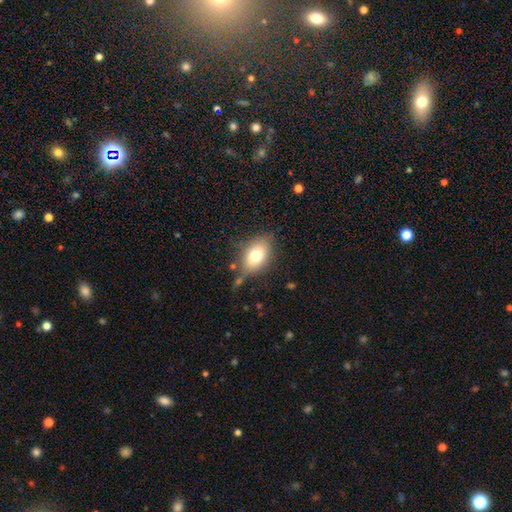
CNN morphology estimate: Smooth or featured: smooth — 75% (featured or disk — 17%)
How rounded: in between — 85% (round — 12%)
Merging: none — 67% (minor disturbance — 20%)